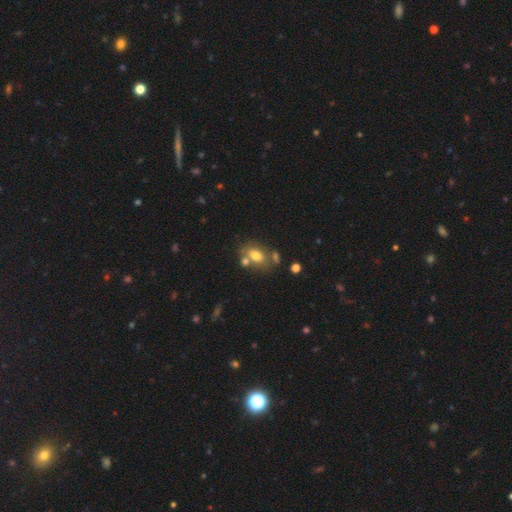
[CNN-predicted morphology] smooth 70%, featured or disk 19%, star or artifact 11%. Down the decision tree: how rounded — in between (74%); merging — none (55%).